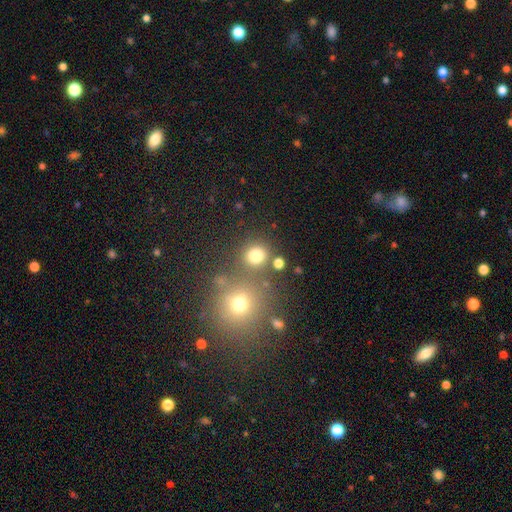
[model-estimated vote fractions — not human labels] This is likely a smooth galaxy (77%). How rounded: clearly round (84%). Merging: likely none (71%).